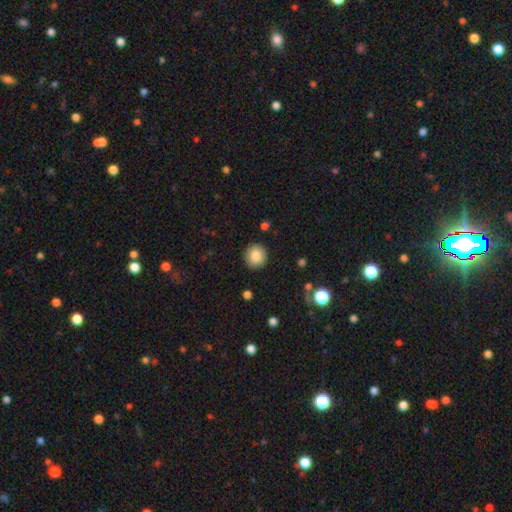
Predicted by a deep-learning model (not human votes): Morphology: type=smooth (84%); roundness=round (92%); merging=none (91%).